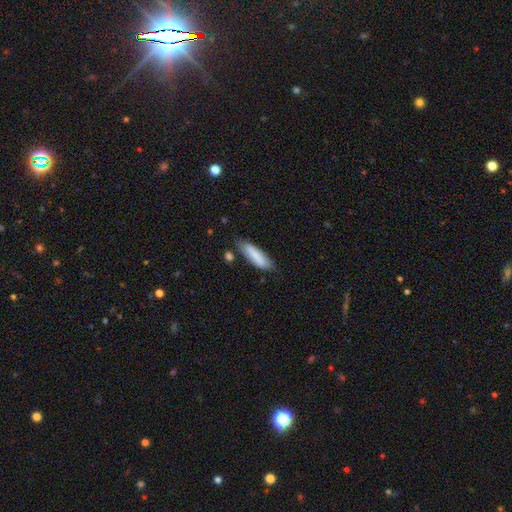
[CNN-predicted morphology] Smooth or featured: smooth — 77% (featured or disk — 17%)
How rounded: cigar-shaped — 61% (in between — 38%)
Merging: none — 68% (minor disturbance — 22%)